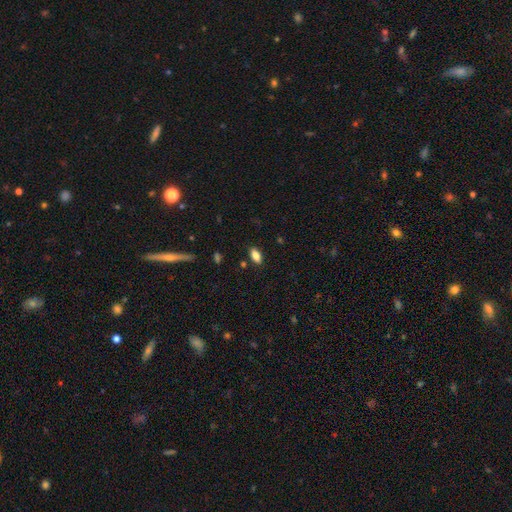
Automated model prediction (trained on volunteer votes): Morphology: type=smooth (83%); roundness=in between (88%); merging=none (86%).